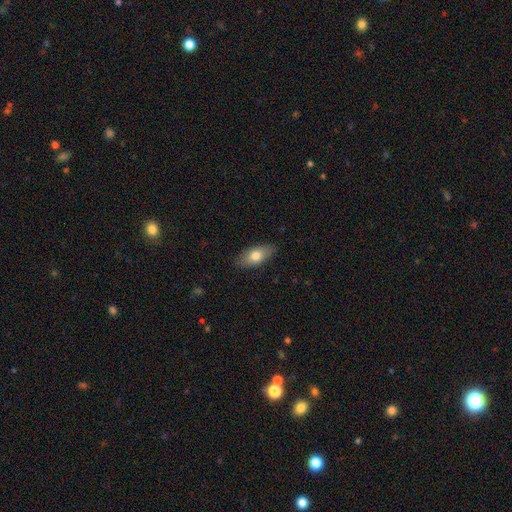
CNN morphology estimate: Smooth or featured: smooth — 74% (featured or disk — 20%)
How rounded: in between — 86% (cigar-shaped — 10%)
Merging: none — 85% (minor disturbance — 12%)